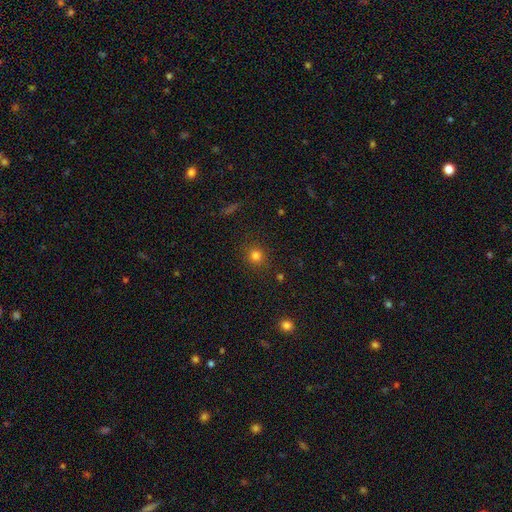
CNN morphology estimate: smooth_or_featured: smooth (p=0.80) [alt: star or artifact p=0.15]
how_rounded: round (p=0.91) [alt: in between p=0.08]
merging: none (p=0.87) [alt: minor disturbance p=0.08]